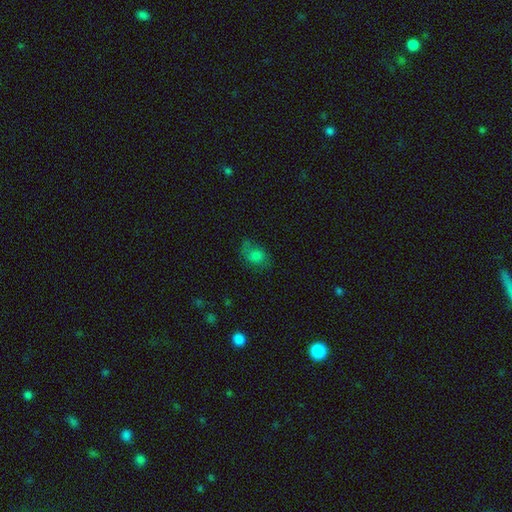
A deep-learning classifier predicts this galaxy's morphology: A smooth galaxy with no disk features (64%) that is in between round and cigar-shaped (63%).

Vote fractions:
- Smooth or featured? smooth: 64% / featured or disk: 20% / star or artifact: 16%
- How rounded? in between: 63% / round: 36% / cigar-shaped: 2%
- Merging? none: 51% / minor disturbance: 27% / major disturbance: 18% / merger: 3%